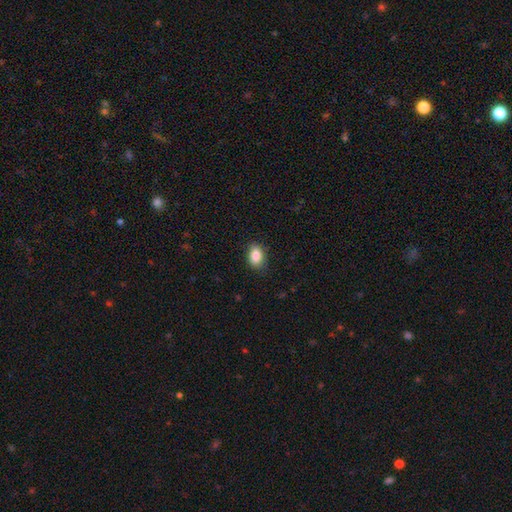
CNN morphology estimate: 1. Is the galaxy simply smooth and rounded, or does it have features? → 87% smooth, 8% star or artifact, 5% featured or disk.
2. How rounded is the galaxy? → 86% in between, 13% round, 1% cigar-shaped.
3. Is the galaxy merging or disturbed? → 84% none, 12% minor disturbance, 3% major disturbance, 1% merger.